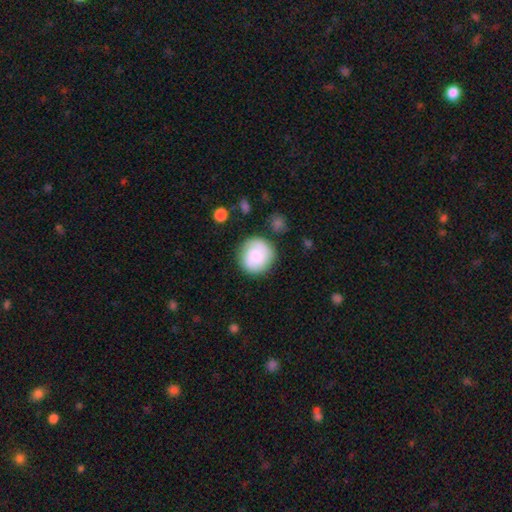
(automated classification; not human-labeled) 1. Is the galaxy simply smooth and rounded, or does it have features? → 60% smooth, 33% featured or disk, 7% star or artifact.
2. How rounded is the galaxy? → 88% round, 11% in between, 1% cigar-shaped.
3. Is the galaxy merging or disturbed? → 77% none, 14% minor disturbance, 5% major disturbance, 3% merger.